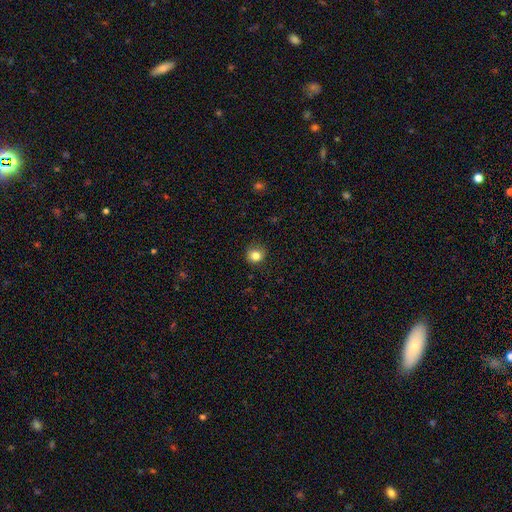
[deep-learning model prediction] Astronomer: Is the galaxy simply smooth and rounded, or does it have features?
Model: smooth — 82%.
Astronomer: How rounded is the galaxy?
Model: round — 88%.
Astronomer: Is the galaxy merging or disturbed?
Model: none — 84%.